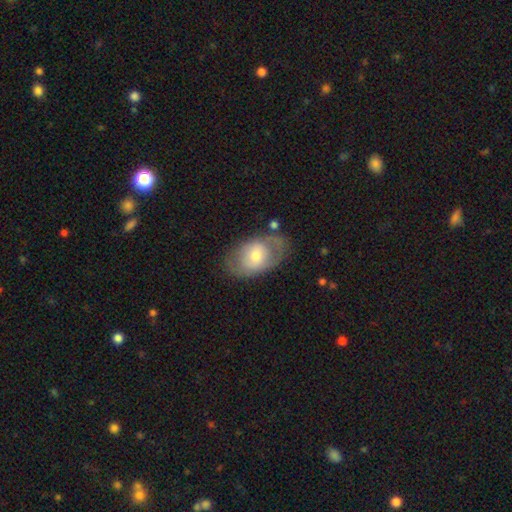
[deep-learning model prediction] Morphology: type=smooth (51%); roundness=in between (83%); merging=none (65%).